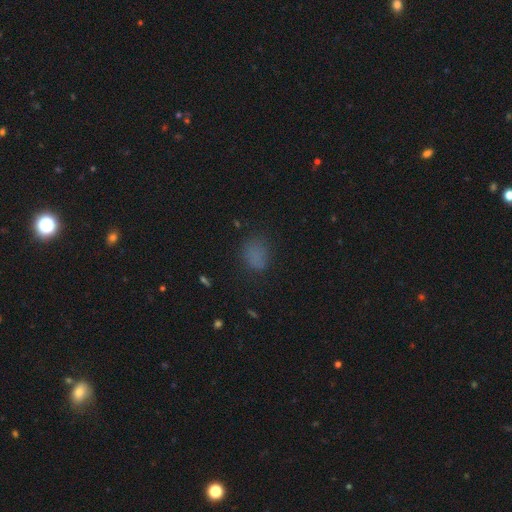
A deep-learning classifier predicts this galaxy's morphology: This is likely a smooth galaxy (75%). How rounded: likely in between (60%). Merging: likely none (70%).